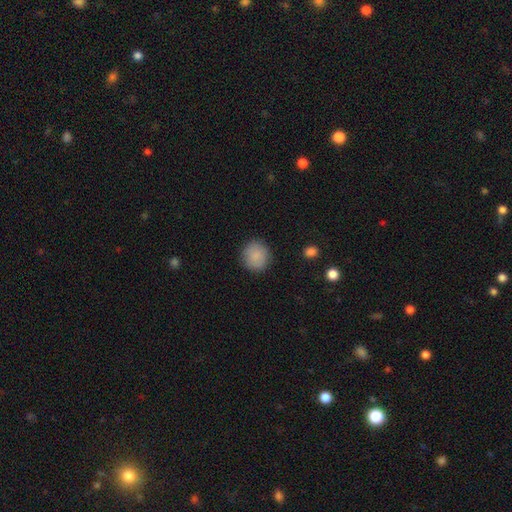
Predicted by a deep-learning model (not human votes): Smooth or featured?
  - smooth: 88% *
  - star or artifact: 8%
  - featured or disk: 5%
How rounded?
  - round: 89% *
  - in between: 10%
  - cigar-shaped: 1%
Merging?
  - none: 89% *
  - minor disturbance: 8%
  - major disturbance: 2%
  - merger: 1%